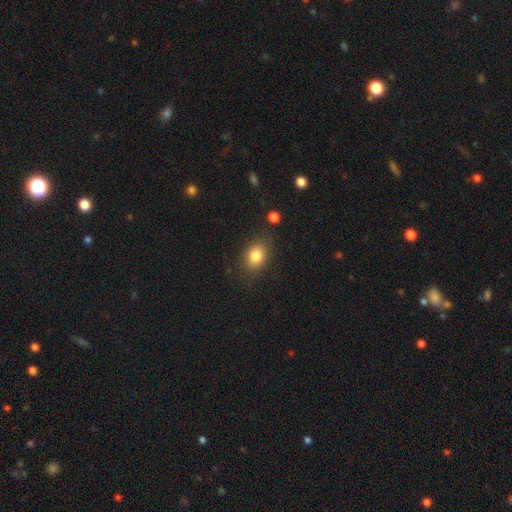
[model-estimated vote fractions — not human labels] smooth-or-featured: smooth: 82% | star or artifact: 10% | featured or disk: 8%
  how-rounded: in between: 70% | round: 29% | cigar-shaped: 1%
  merging: none: 81% | minor disturbance: 13% | major disturbance: 4% | merger: 2%